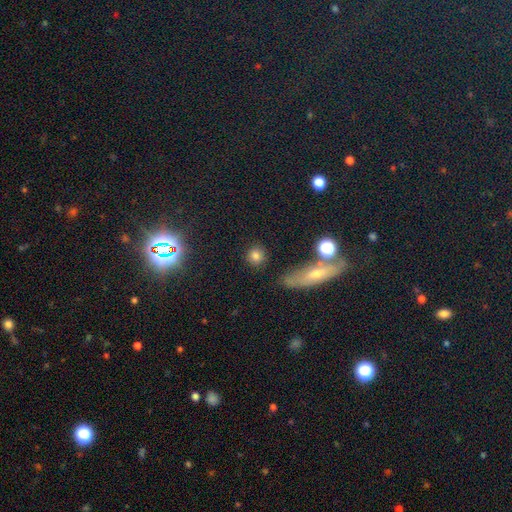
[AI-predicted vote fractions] The model was most divided on "smooth or featured": smooth: 79%, star or artifact: 13%, featured or disk: 8%. More confident: how rounded — round (88%); merging — none (85%).